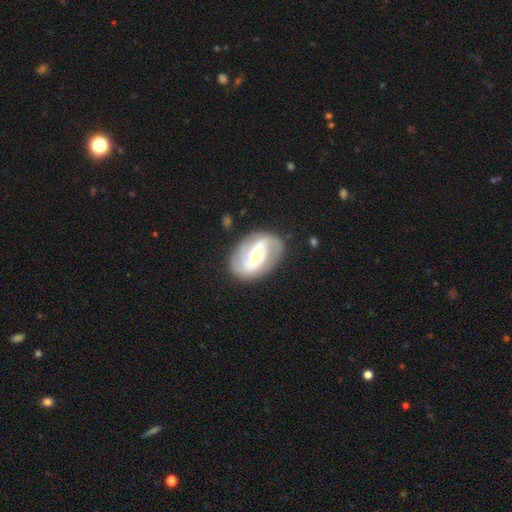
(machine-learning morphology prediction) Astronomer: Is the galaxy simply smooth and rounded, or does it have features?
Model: featured or disk — 82%.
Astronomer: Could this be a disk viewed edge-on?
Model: no — 97%.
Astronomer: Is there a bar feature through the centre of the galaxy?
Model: no — 39% (runner-up: weak, 36%).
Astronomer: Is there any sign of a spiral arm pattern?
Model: yes — 93%.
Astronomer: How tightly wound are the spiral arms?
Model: medium — 45% (runner-up: tight, 30%).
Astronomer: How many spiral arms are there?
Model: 2 — 81%.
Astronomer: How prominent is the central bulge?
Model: small — 47% (runner-up: moderate, 46%).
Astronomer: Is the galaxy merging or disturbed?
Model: none — 80%.